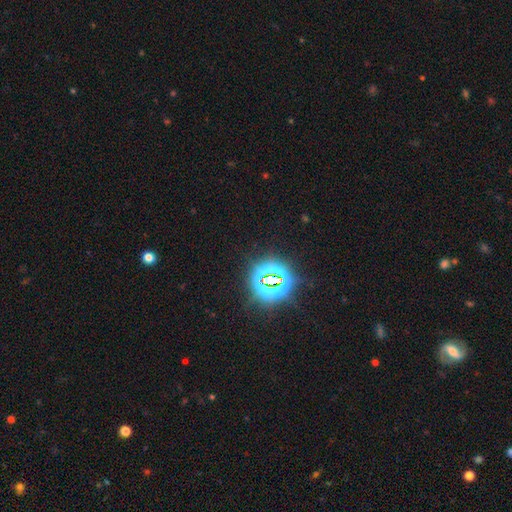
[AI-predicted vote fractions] Smooth or featured? star or artifact (83%)